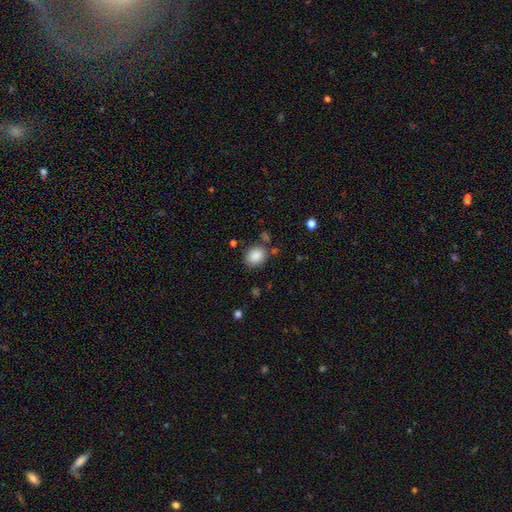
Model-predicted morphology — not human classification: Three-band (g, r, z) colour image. It shows a smooth galaxy with no disk features (87%) that is round (61%). Merging: none (78%).